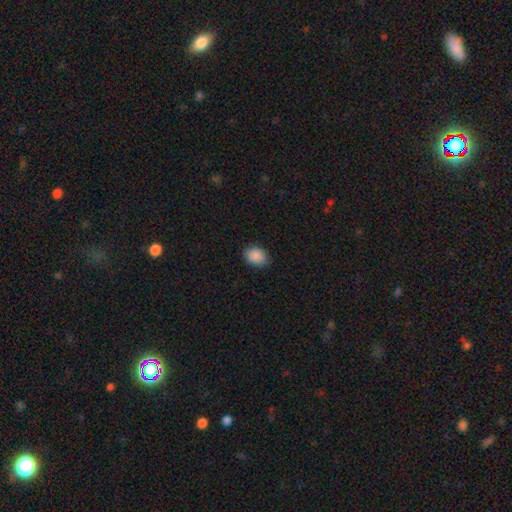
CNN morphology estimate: smooth 89%, star or artifact 8%, featured or disk 3%. Down the decision tree: how rounded — in between (59%); merging — none (85%).